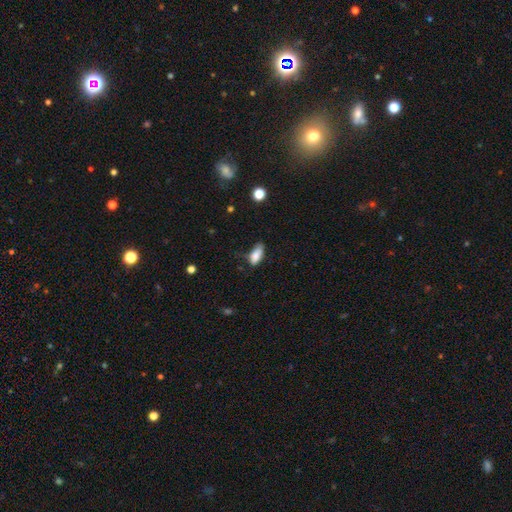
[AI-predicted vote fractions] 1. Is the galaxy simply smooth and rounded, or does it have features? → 83% smooth, 9% featured or disk, 8% star or artifact.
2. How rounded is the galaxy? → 87% in between, 10% cigar-shaped, 3% round.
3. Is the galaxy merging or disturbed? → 51% none, 36% minor disturbance, 10% major disturbance, 2% merger.